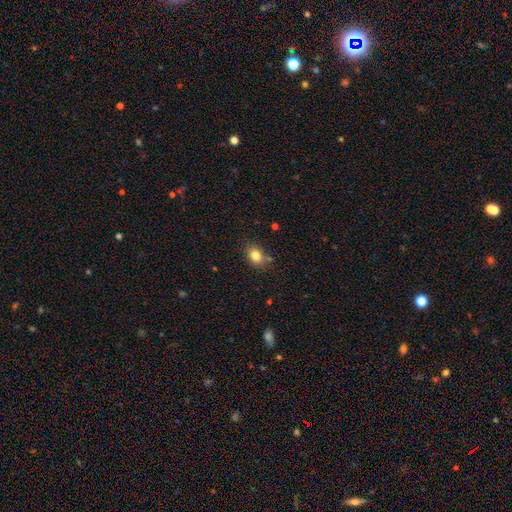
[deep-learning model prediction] Smooth or featured: smooth — 82% (star or artifact — 11%)
How rounded: in between — 52% (round — 47%)
Merging: none — 77% (minor disturbance — 15%)